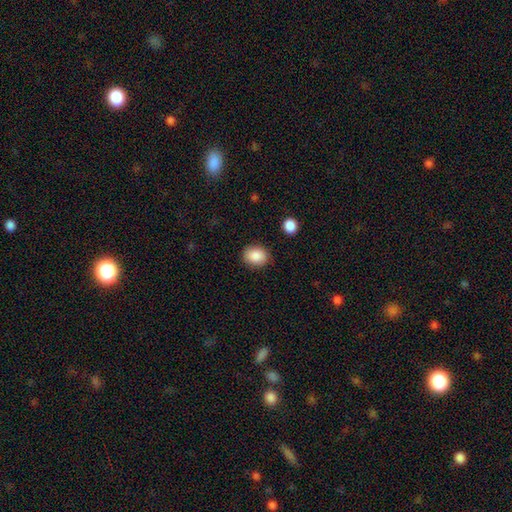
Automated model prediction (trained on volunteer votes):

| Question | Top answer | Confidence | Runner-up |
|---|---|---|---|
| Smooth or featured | smooth | 88% | star or artifact (8%) |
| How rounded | in between | 51% | round (48%) |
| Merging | none | 86% | minor disturbance (9%) |